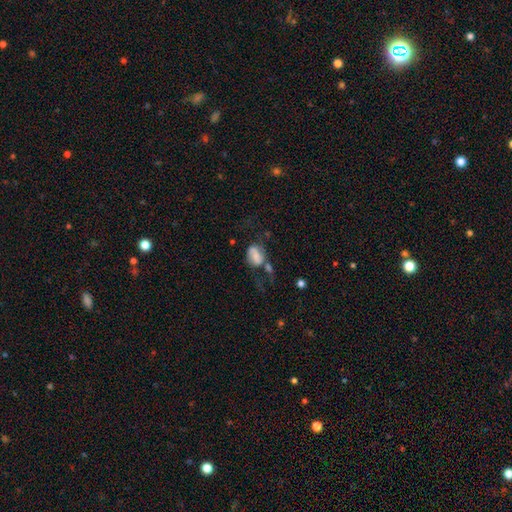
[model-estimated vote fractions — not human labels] smooth 57%, featured or disk 33%, star or artifact 10%. Down the decision tree: how rounded — in between (70%); merging — none (32%).